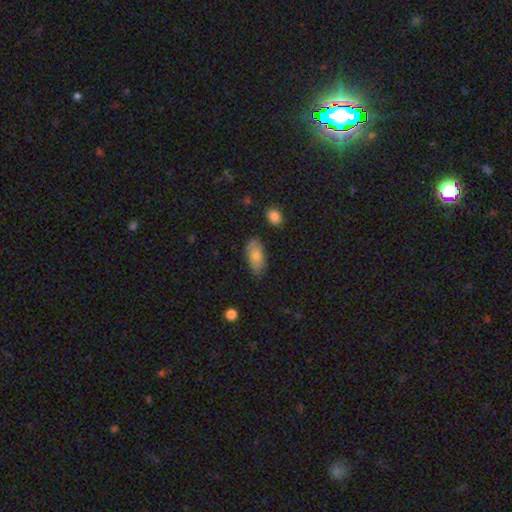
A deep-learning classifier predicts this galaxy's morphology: A smooth galaxy with no disk features (78%) that is in between round and cigar-shaped (90%).

Vote fractions:
- Smooth or featured? smooth: 78% / featured or disk: 15% / star or artifact: 7%
- How rounded? in between: 90% / cigar-shaped: 7% / round: 3%
- Merging? none: 79% / minor disturbance: 16% / major disturbance: 3% / merger: 2%